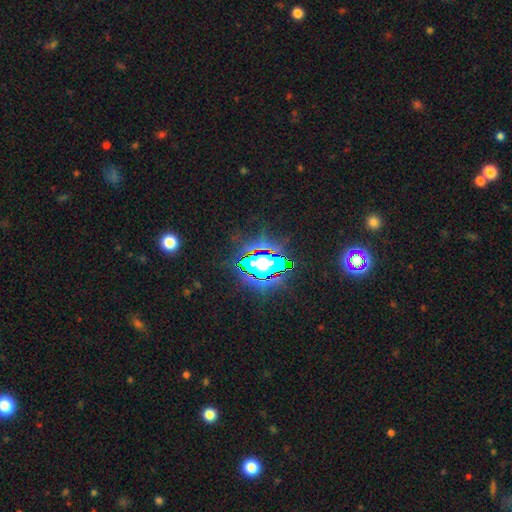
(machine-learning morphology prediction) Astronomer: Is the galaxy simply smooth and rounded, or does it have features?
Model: star or artifact — 69%.